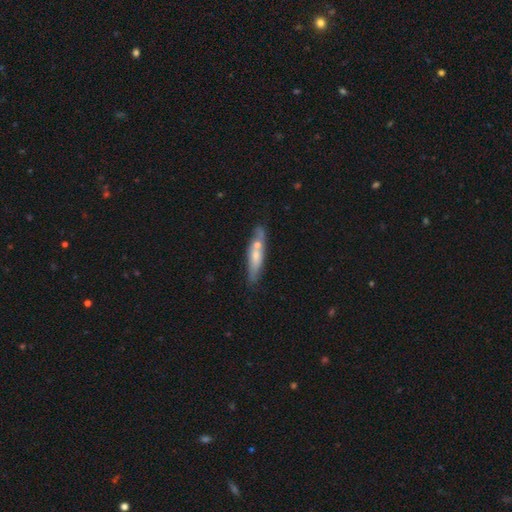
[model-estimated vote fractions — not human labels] Q: Smooth or featured?
A: smooth (48%); runner-up: featured or disk (45%)
Q: Merging?
A: none (67%); runner-up: minor disturbance (16%)